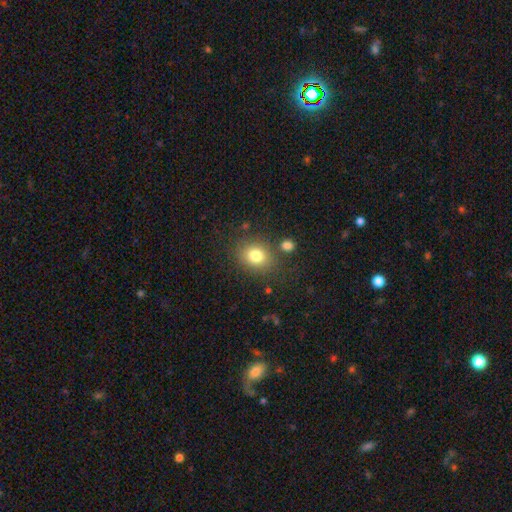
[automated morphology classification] Smooth or featured: smooth — 79% (star or artifact — 12%)
How rounded: round — 60% (in between — 39%)
Merging: none — 78% (minor disturbance — 11%)